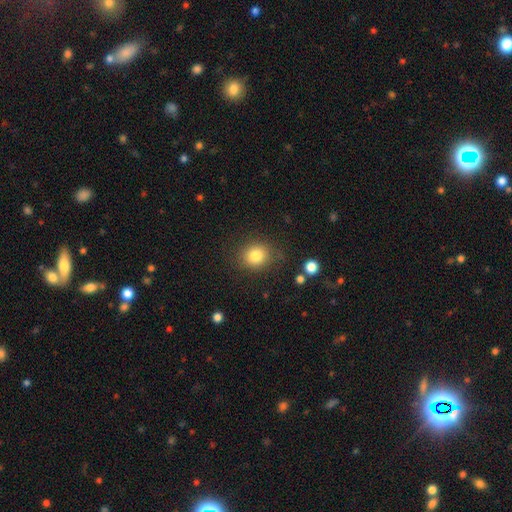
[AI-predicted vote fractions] This is clearly a smooth galaxy (82%). How rounded: likely round (74%). Merging: clearly none (81%).